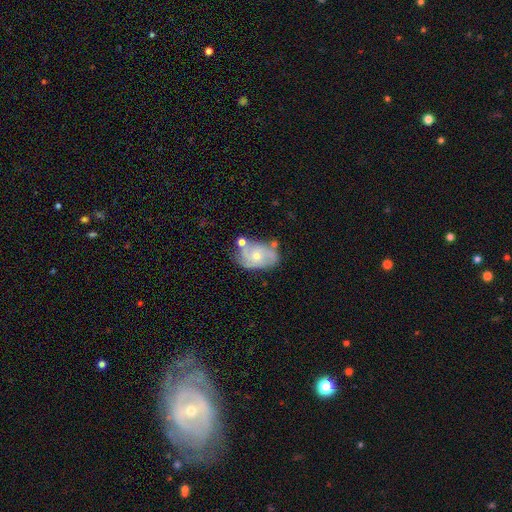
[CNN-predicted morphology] Smooth or featured? featured or disk (68%)
Edge-on disk? no (97%)
Bar? no (79%)
Spiral arms? yes (83%)
Spiral winding? medium (43%)
Spiral arm count? 2 (34%)
Bulge size? small (60%)
Merging? none (47%)